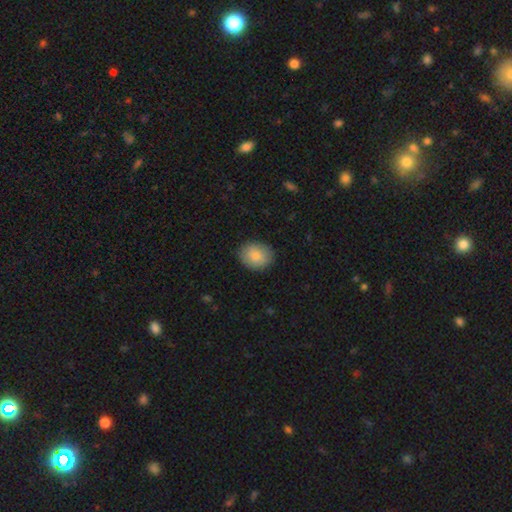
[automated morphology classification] smooth_or_featured: smooth (p=0.84) [alt: featured or disk p=0.09]
how_rounded: round (p=0.56) [alt: in between p=0.43]
merging: none (p=0.87) [alt: minor disturbance p=0.10]